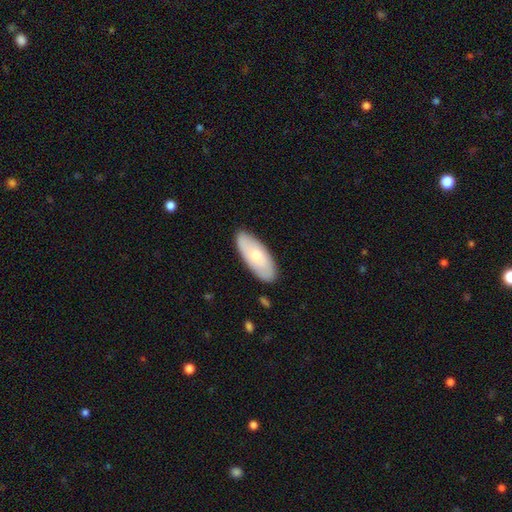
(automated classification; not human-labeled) smooth_or_featured: smooth (p=0.66) [alt: featured or disk p=0.29]
how_rounded: in between (p=0.84) [alt: cigar-shaped p=0.14]
merging: none (p=0.86) [alt: minor disturbance p=0.10]